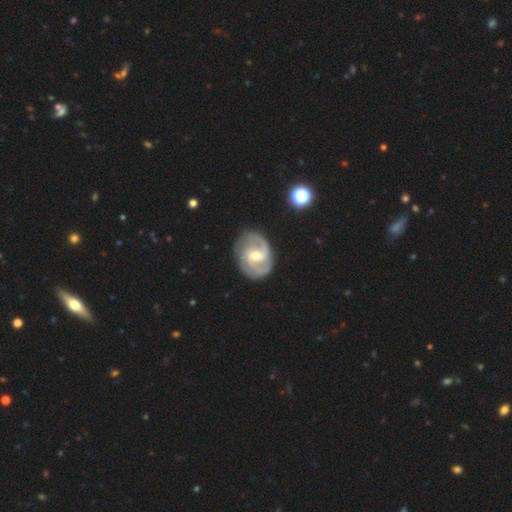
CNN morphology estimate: A featured or disk galaxy (85%) with a weak bar (51%), 2 (67%) medium (49%) spiral arms (95%) and a moderate central bulge (55%). Merging: none (76%).